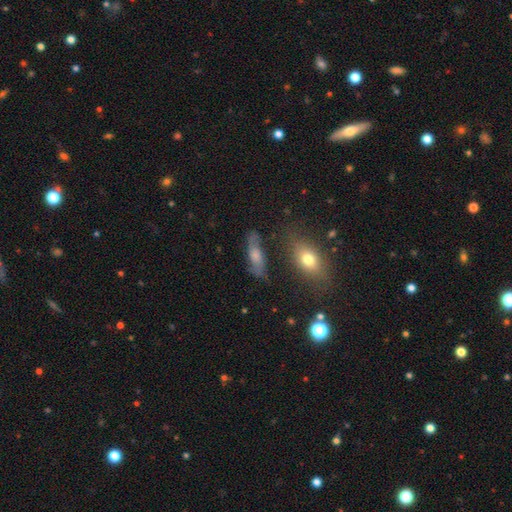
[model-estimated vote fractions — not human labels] smooth_or_featured: smooth (p=0.45) [alt: featured or disk p=0.43]
merging: none (p=0.67) [alt: minor disturbance p=0.20]